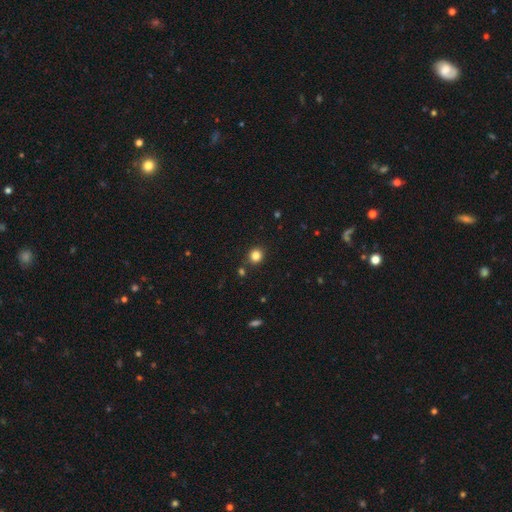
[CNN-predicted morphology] Smooth or featured?
  - smooth: 83% *
  - star or artifact: 13%
  - featured or disk: 4%
How rounded?
  - round: 89% *
  - in between: 10%
  - cigar-shaped: 1%
Merging?
  - none: 87% *
  - minor disturbance: 7%
  - merger: 4%
  - major disturbance: 2%